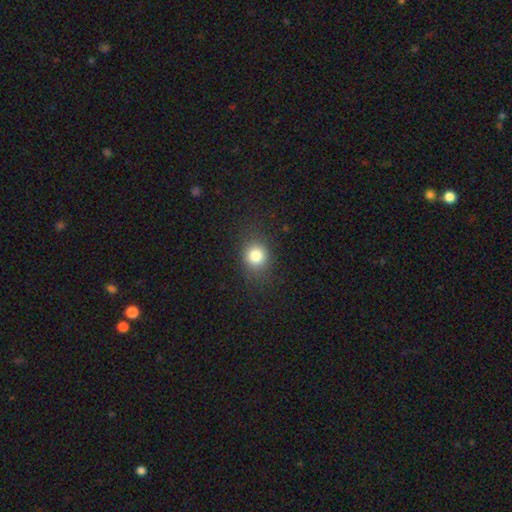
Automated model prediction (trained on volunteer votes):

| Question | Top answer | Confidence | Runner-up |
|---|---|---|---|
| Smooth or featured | smooth | 81% | star or artifact (12%) |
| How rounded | round | 74% | in between (25%) |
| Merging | none | 84% | minor disturbance (11%) |